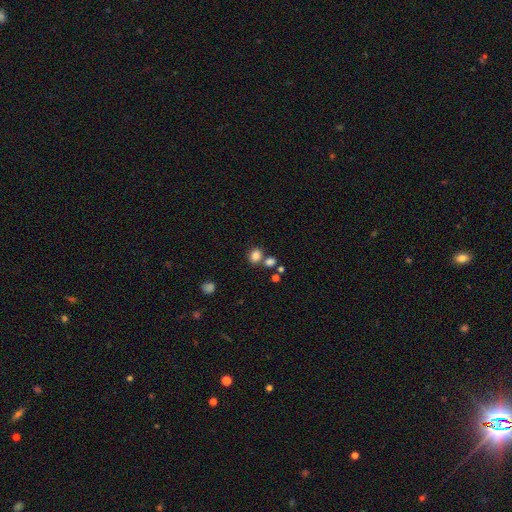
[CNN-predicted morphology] type=smooth (83%); roundness=round (59%); merging=none (63%).